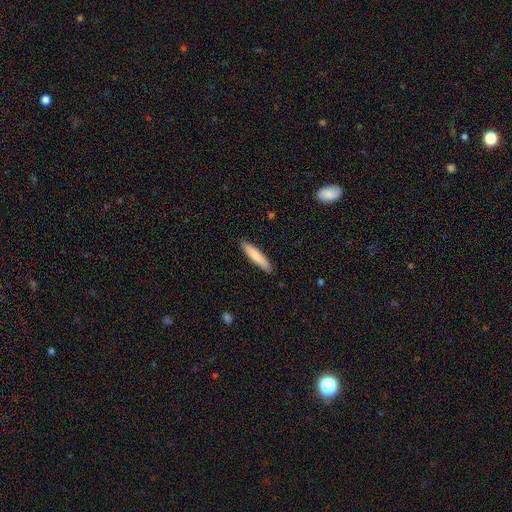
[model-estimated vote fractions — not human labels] smooth_or_featured: smooth (p=0.81) [alt: featured or disk p=0.14]
how_rounded: cigar-shaped (p=0.87) [alt: in between p=0.12]
merging: none (p=0.89) [alt: minor disturbance p=0.08]